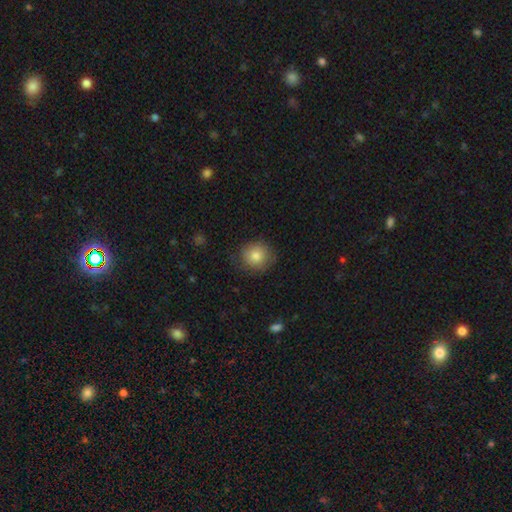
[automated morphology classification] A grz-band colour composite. It shows a smooth galaxy with no disk features (81%) that is round (86%). Merging: none (80%).